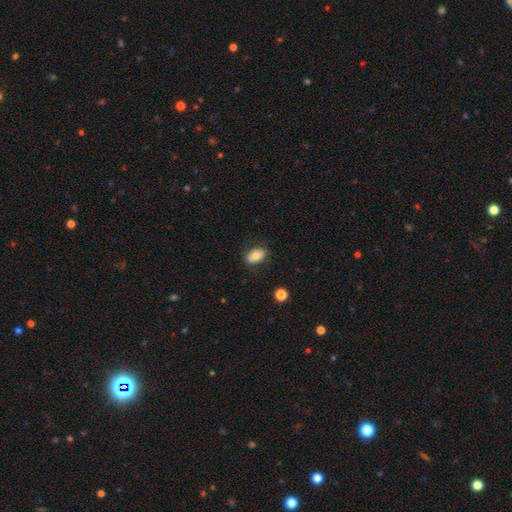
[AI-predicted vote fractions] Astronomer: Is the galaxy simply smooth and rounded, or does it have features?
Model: smooth — 77%.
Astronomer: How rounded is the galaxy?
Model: in between — 89%.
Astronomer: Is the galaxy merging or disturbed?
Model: none — 80%.